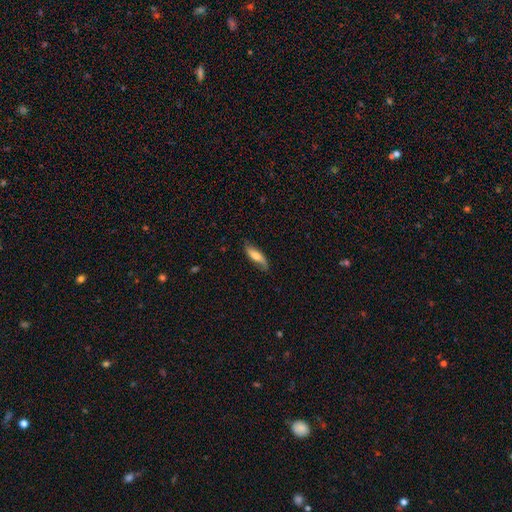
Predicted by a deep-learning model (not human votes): Q: Smooth or featured?
A: smooth (55%); runner-up: featured or disk (39%)
Q: How rounded?
A: cigar-shaped (49%); runner-up: in between (48%)
Q: Merging?
A: none (72%); runner-up: minor disturbance (22%)